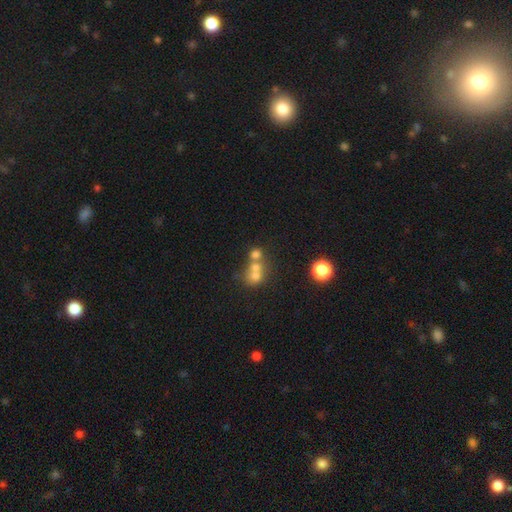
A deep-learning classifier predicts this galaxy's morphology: The model was most divided on "merging": merger: 56%, none: 33%, minor disturbance: 6%, major disturbance: 4%. More confident: how rounded — round (78%); smooth or featured — smooth (57%).